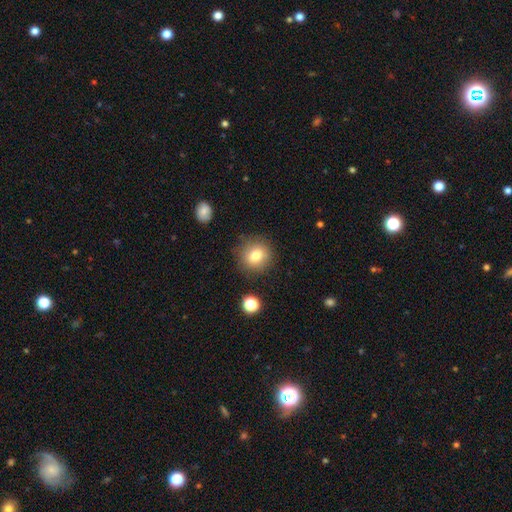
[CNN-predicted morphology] smooth 80%, star or artifact 11%, featured or disk 9%. Down the decision tree: how rounded — round (88%); merging — none (85%).